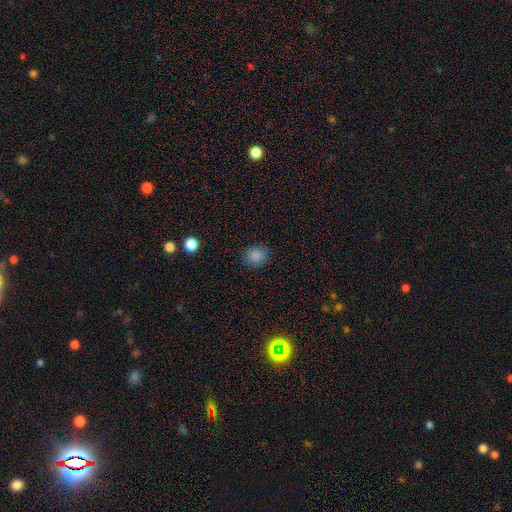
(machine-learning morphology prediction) smooth_or_featured: smooth (p=0.85) [alt: star or artifact p=0.11]
how_rounded: round (p=0.82) [alt: in between p=0.17]
merging: none (p=0.87) [alt: minor disturbance p=0.09]